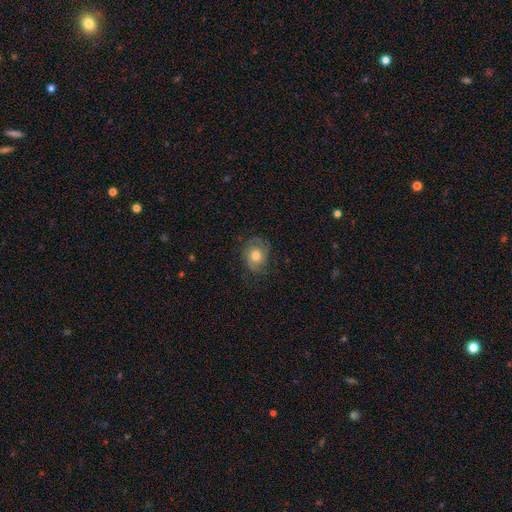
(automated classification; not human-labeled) This is possibly a smooth galaxy (48%). Merging: likely none (66%).